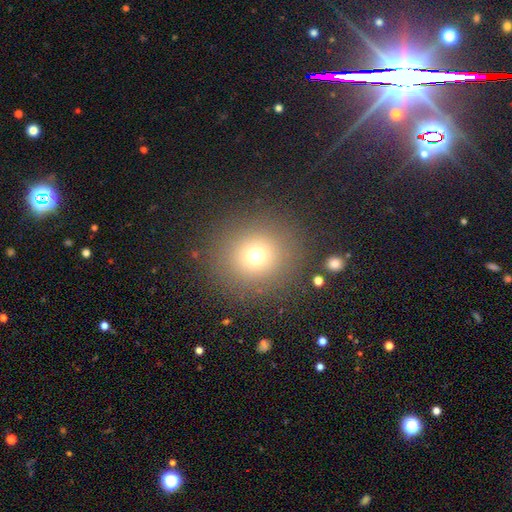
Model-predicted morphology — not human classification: smooth_or_featured: smooth (p=0.71) [alt: star or artifact p=0.19]
how_rounded: round (p=0.92) [alt: in between p=0.07]
merging: none (p=0.87) [alt: minor disturbance p=0.07]